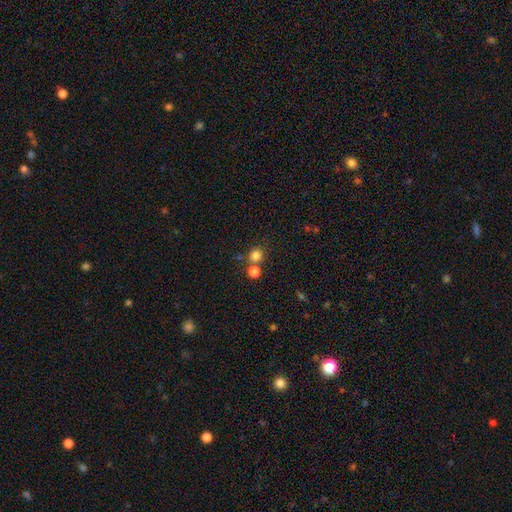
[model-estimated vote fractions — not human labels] Morphology: type=smooth (80%); roundness=round (88%); merging=none (64%).